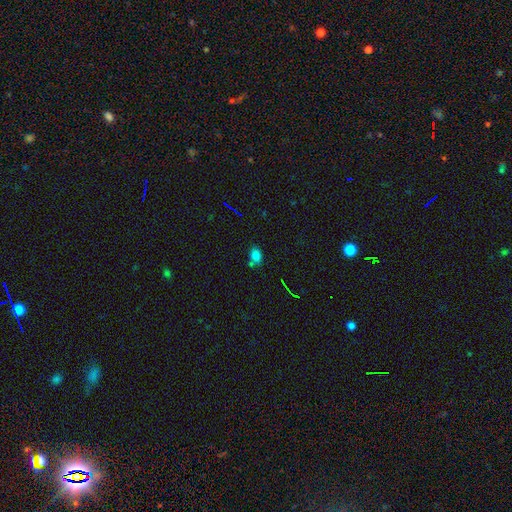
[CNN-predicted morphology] A smooth galaxy with no disk features (76%) that is in between round and cigar-shaped (75%).

Vote fractions:
- Smooth or featured? smooth: 76% / star or artifact: 17% / featured or disk: 7%
- How rounded? in between: 75% / round: 23% / cigar-shaped: 2%
- Merging? none: 60% / merger: 19% / minor disturbance: 16% / major disturbance: 5%